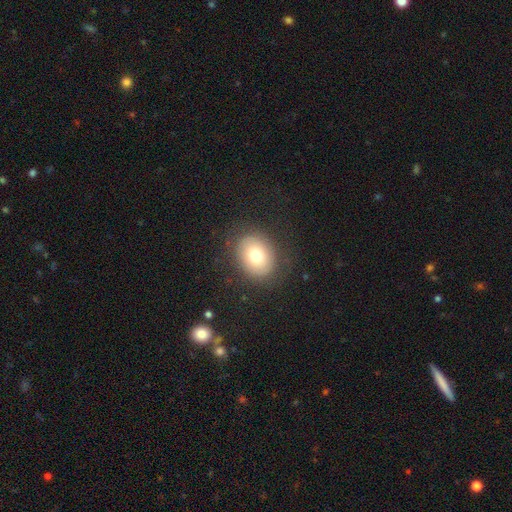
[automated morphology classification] Overall: smooth (74%). How rounded: in between (53%; round 46%). Merging: none (82%).